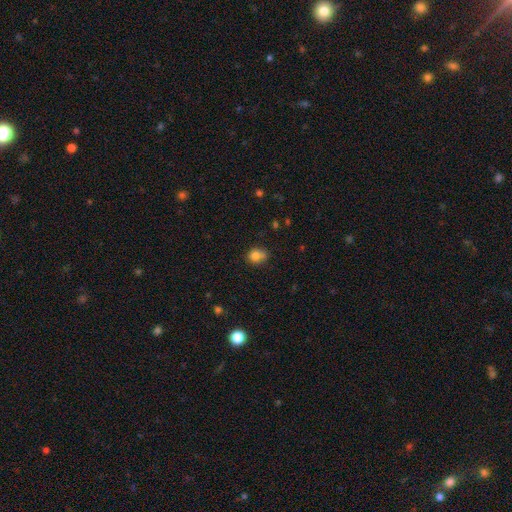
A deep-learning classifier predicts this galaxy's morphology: Smooth or featured?
  - smooth: 80% *
  - star or artifact: 12%
  - featured or disk: 8%
How rounded?
  - round: 69% *
  - in between: 30%
  - cigar-shaped: 1%
Merging?
  - none: 58% *
  - minor disturbance: 24%
  - merger: 11%
  - major disturbance: 6%